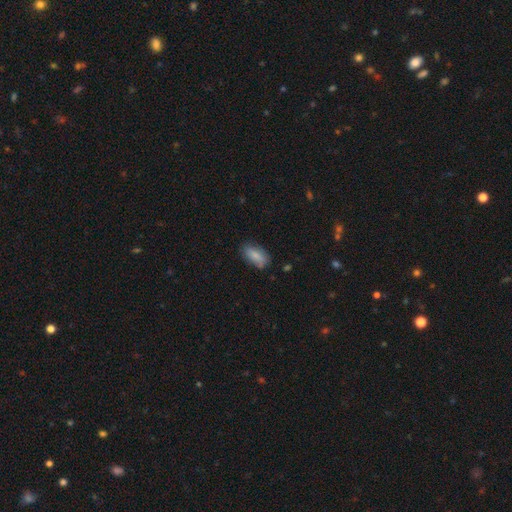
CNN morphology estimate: Q: Smooth or featured?
A: smooth (83%); runner-up: featured or disk (11%)
Q: How rounded?
A: in between (88%); runner-up: cigar-shaped (9%)
Q: Merging?
A: none (75%); runner-up: minor disturbance (19%)